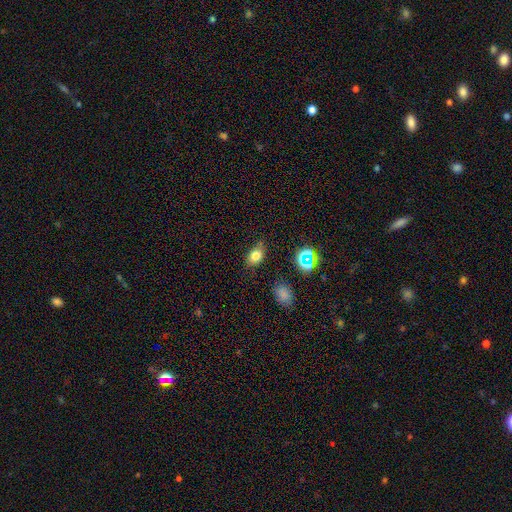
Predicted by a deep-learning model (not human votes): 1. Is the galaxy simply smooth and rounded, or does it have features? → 77% smooth, 14% star or artifact, 9% featured or disk.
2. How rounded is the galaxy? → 77% in between, 21% round, 2% cigar-shaped.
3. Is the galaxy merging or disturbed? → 73% none, 20% minor disturbance, 4% major disturbance, 3% merger.